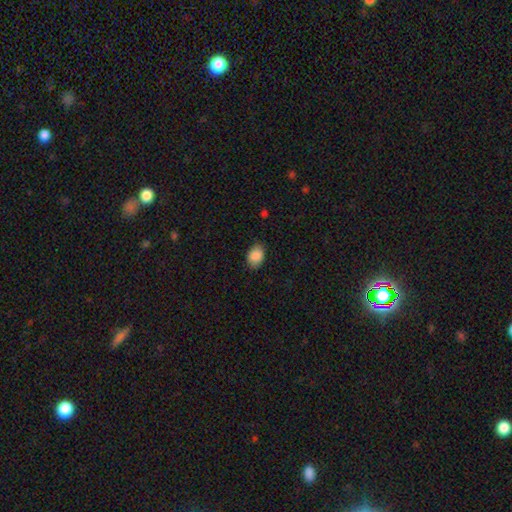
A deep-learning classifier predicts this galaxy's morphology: Smooth or featured? Predicted: smooth (p=0.88). How rounded? Predicted: in between (p=0.79). Merging? Predicted: none (p=0.80).